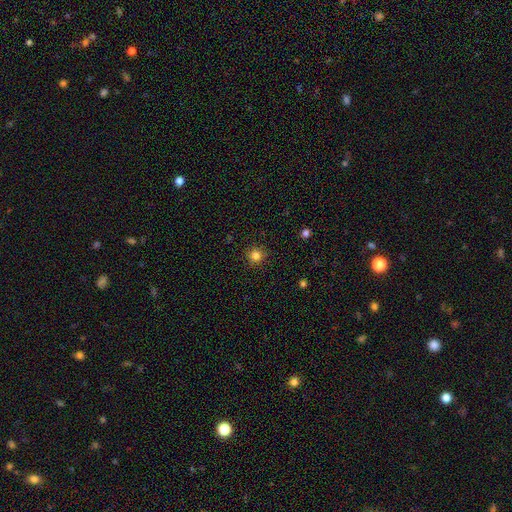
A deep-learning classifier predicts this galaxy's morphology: This is clearly a smooth galaxy (82%). How rounded: clearly round (94%). Merging: clearly none (90%).